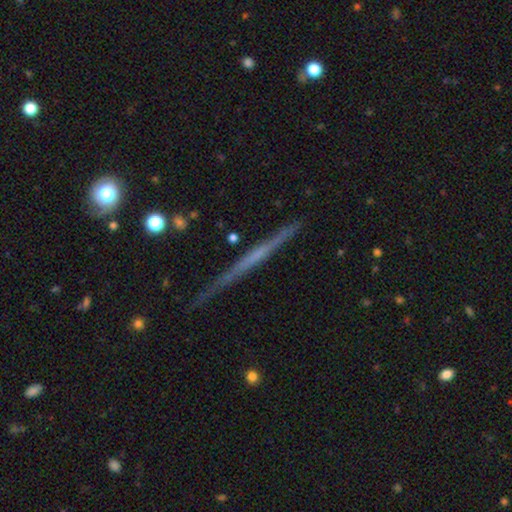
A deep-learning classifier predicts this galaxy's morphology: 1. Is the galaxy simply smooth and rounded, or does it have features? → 65% featured or disk, 27% smooth, 7% star or artifact.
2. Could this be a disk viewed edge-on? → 97% yes, 3% no.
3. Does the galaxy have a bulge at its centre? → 84% none, 11% rounded, 5% boxy.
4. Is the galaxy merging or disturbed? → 86% none, 10% minor disturbance, 2% major disturbance, 2% merger.